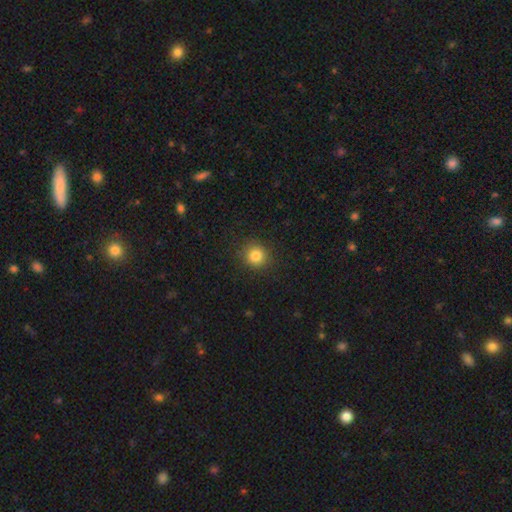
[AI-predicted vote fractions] A smooth galaxy with no disk features (82%) that is round (90%).

Vote fractions:
- Smooth or featured? smooth: 82% / star or artifact: 12% / featured or disk: 5%
- How rounded? round: 90% / in between: 9% / cigar-shaped: 1%
- Merging? none: 89% / minor disturbance: 7% / major disturbance: 2% / merger: 1%